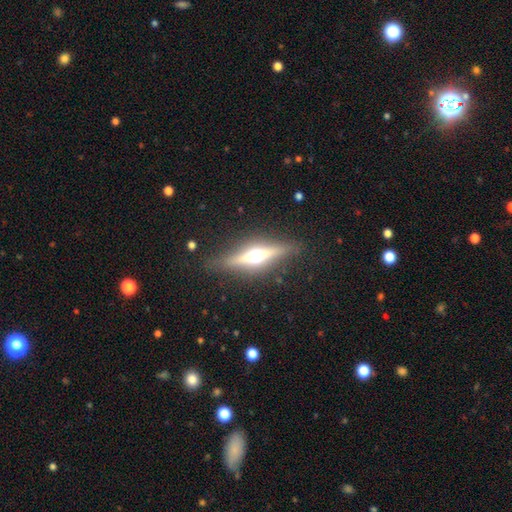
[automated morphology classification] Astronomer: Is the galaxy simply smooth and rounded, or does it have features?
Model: featured or disk — 72%.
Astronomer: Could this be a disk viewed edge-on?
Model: yes — 95%.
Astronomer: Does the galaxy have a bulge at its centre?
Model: rounded — 95%.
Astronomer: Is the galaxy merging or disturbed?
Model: none — 86%.